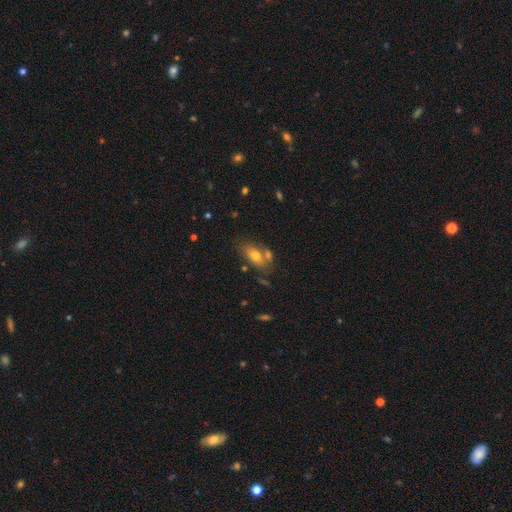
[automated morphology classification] A smooth galaxy with no disk features (66%) that is in between round and cigar-shaped (83%).

Vote fractions:
- Smooth or featured? smooth: 66% / featured or disk: 25% / star or artifact: 9%
- How rounded? in between: 83% / cigar-shaped: 12% / round: 5%
- Merging? none: 59% / merger: 21% / minor disturbance: 15% / major disturbance: 5%